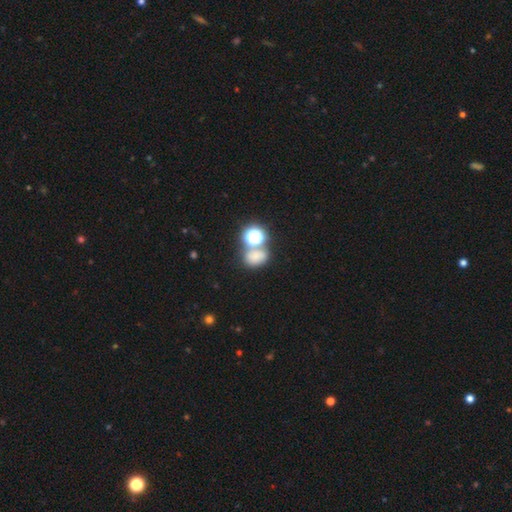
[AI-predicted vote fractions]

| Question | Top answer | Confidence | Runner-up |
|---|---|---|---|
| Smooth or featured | smooth | 66% | star or artifact (25%) |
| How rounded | in between | 51% | round (48%) |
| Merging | none | 50% | merger (32%) |